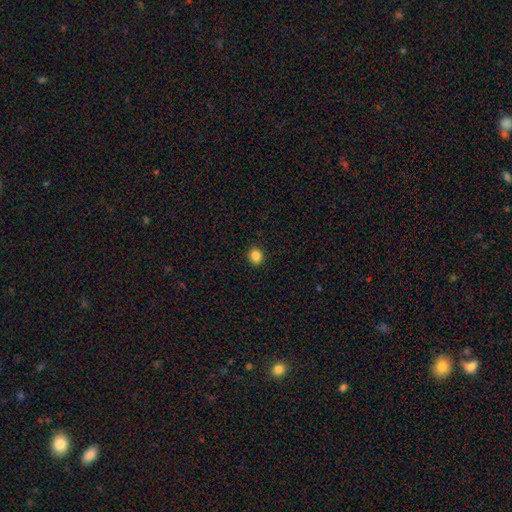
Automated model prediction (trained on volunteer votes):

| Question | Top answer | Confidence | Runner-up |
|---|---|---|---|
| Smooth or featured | smooth | 85% | star or artifact (11%) |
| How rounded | round | 80% | in between (19%) |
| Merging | none | 92% | minor disturbance (6%) |